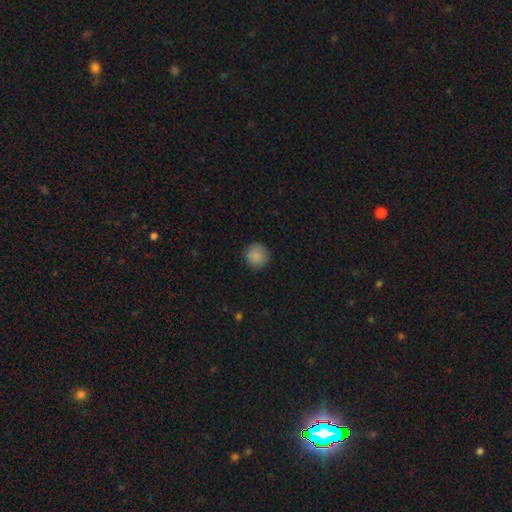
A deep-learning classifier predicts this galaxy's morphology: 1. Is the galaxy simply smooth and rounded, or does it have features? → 86% smooth, 9% star or artifact, 5% featured or disk.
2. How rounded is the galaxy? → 91% round, 8% in between, 1% cigar-shaped.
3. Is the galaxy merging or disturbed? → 83% none, 13% minor disturbance, 3% major disturbance, 1% merger.